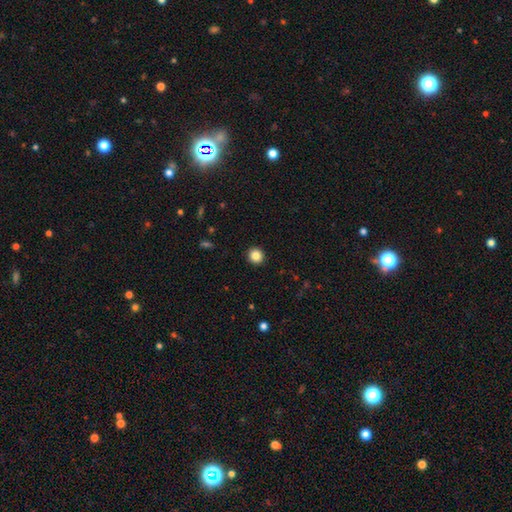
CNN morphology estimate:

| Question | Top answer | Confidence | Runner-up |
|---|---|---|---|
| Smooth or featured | smooth | 85% | star or artifact (10%) |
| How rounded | round | 93% | in between (6%) |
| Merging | none | 93% | minor disturbance (4%) |